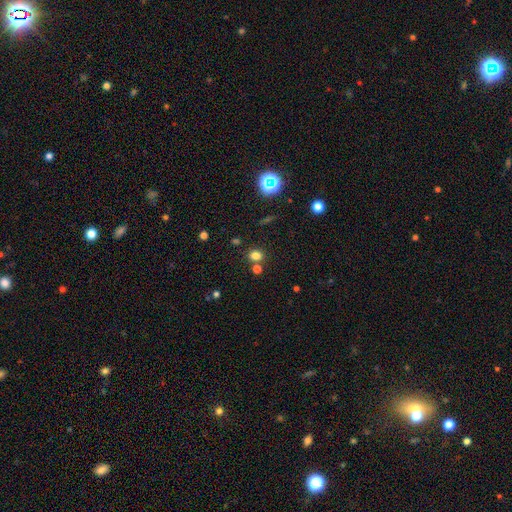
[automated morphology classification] A smooth galaxy with no disk features (75%) that is round (68%). Merging: none (73%).